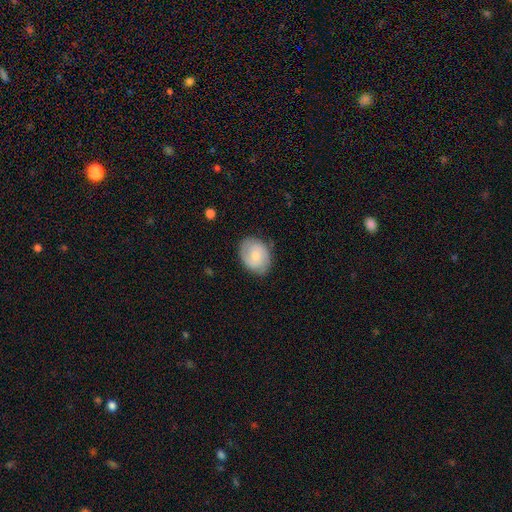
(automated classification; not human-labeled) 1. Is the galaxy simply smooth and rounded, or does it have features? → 54% smooth, 40% featured or disk, 7% star or artifact.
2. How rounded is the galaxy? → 58% in between, 41% round, 1% cigar-shaped.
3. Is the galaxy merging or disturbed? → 79% none, 16% minor disturbance, 4% major disturbance, 1% merger.